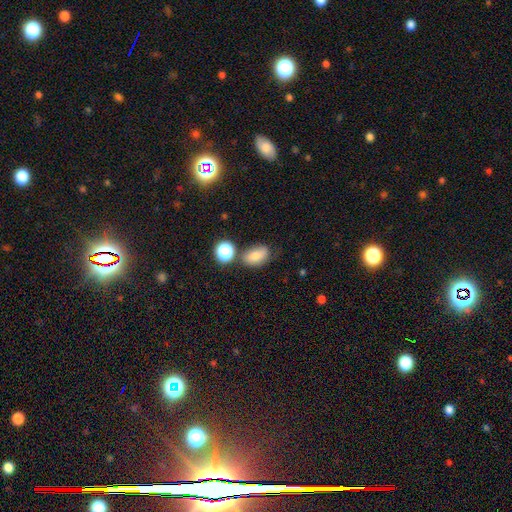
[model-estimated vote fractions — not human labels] This appears to be a smooth galaxy with no disk features (76%) that is in between round and cigar-shaped (83%). Merging: none (61%).